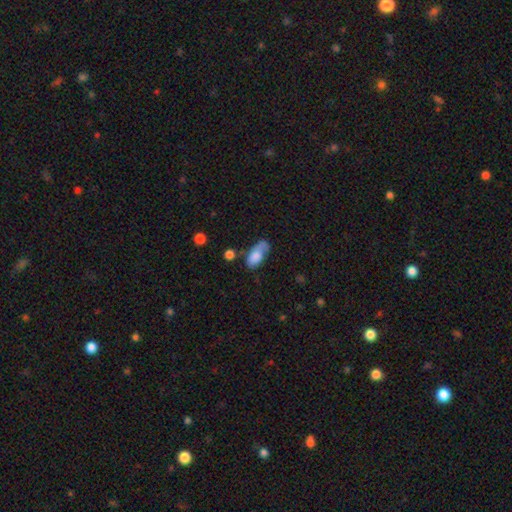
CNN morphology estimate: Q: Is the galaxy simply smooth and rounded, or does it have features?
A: smooth — 76%.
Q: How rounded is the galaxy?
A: in between — 89%.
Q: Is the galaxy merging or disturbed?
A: none — 40%.